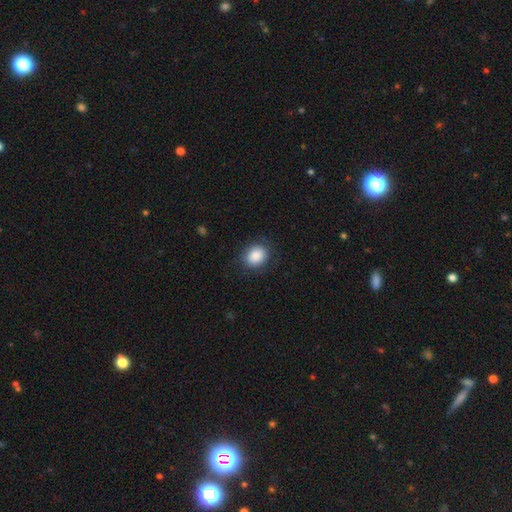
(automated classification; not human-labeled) Smooth or featured? Predicted: smooth (p=0.87). How rounded? Predicted: round (p=0.61). Merging? Predicted: none (p=0.83).